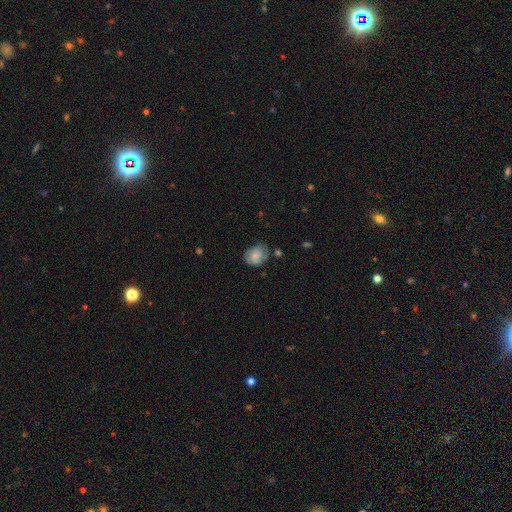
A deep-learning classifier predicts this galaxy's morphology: smooth-or-featured: smooth: 70% | featured or disk: 22% | star or artifact: 8%
  how-rounded: in between: 52% | round: 47% | cigar-shaped: 1%
  merging: none: 65% | minor disturbance: 26% | major disturbance: 6% | merger: 4%